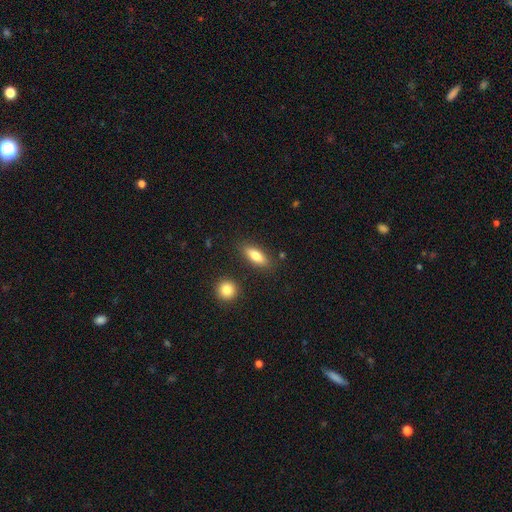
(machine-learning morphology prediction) Smooth or featured? Predicted: smooth (p=0.79). How rounded? Predicted: in between (p=0.74). Merging? Predicted: none (p=0.84).